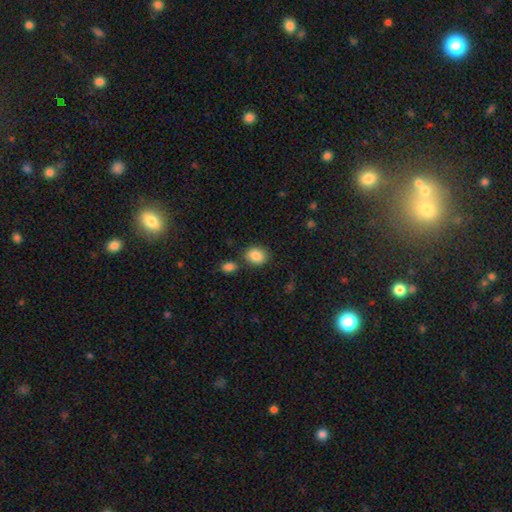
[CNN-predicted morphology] Overall: smooth (87%). How rounded: in between (53%; round 46%). Merging: none (77%).